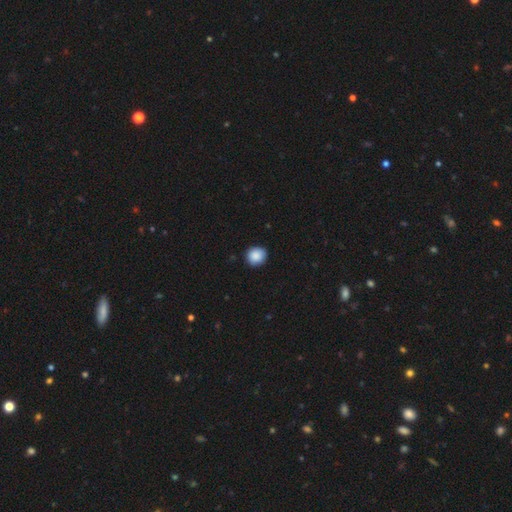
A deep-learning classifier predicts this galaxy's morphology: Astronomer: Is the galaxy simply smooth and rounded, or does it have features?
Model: smooth — 89%.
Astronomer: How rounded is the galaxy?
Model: round — 87%.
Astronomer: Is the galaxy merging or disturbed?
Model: none — 88%.